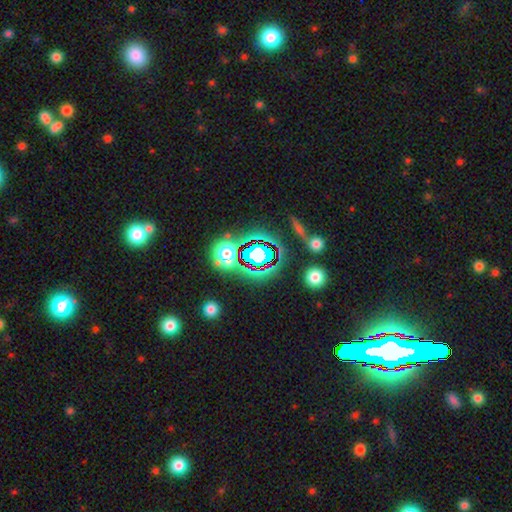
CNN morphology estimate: Smooth or featured? Predicted: star or artifact (p=0.61).